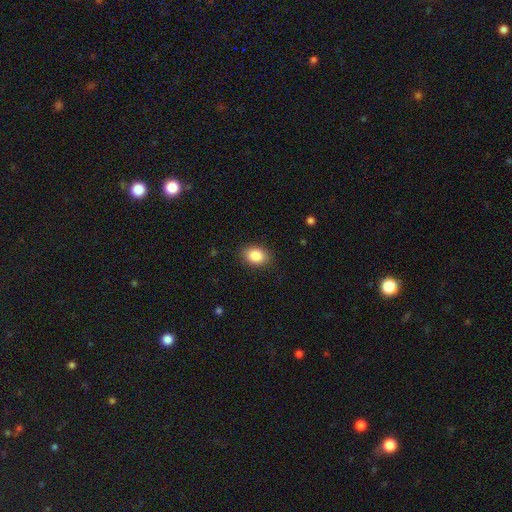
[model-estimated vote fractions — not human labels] A smooth galaxy with no disk features (86%) that is in between round and cigar-shaped (74%). Merging: none (88%).